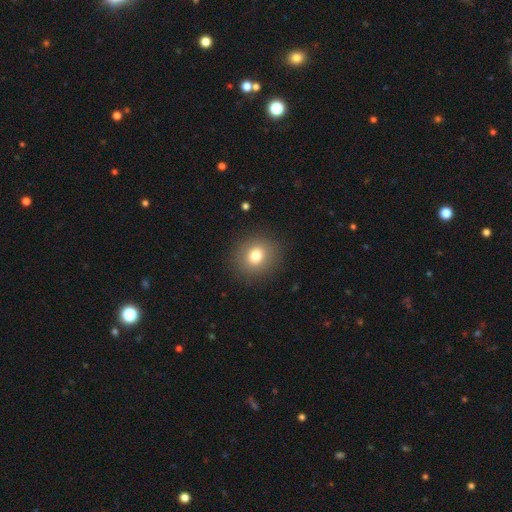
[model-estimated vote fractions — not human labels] The model was most divided on "how rounded": round: 82%, in between: 17%, cigar-shaped: 1%. More confident: merging — none (88%); smooth or featured — smooth (77%).